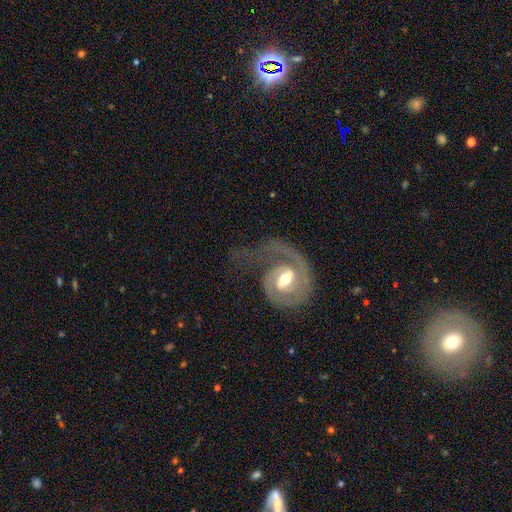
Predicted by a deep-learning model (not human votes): smooth_or_featured: featured or disk (p=0.82) [alt: smooth p=0.11]
disk_edge_on: no (p=0.97) [alt: yes p=0.03]
bar: no (p=0.47) [alt: weak p=0.38]
has_spiral_arms: yes (p=0.91) [alt: no p=0.09]
spiral_winding: medium (p=0.43) [alt: tight p=0.37]
spiral_arm_count: 1 (p=0.50) [alt: 2 p=0.38]
bulge_size: moderate (p=0.67) [alt: small p=0.17]
merging: none (p=0.46) [alt: major disturbance p=0.33]